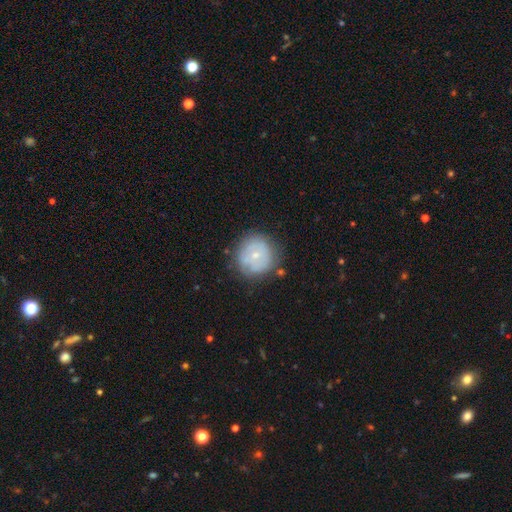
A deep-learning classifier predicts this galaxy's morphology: Q: Smooth or featured?
A: smooth (49%); runner-up: featured or disk (43%)
Q: Merging?
A: none (68%); runner-up: minor disturbance (20%)